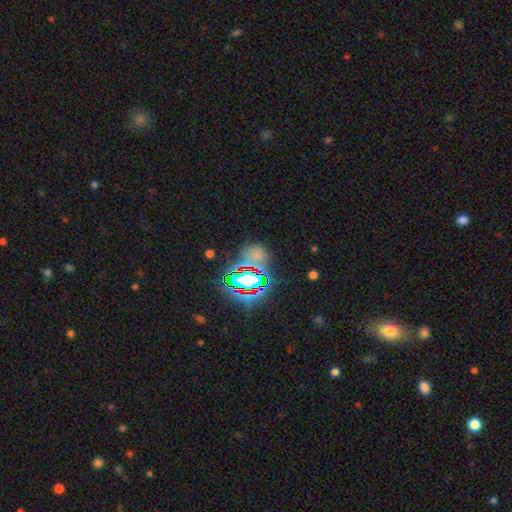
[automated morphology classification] Smooth or featured? Predicted: star or artifact (p=0.54).